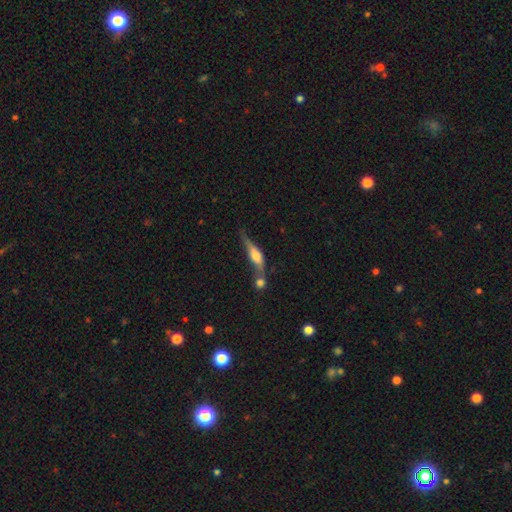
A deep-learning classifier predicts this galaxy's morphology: Smooth or featured? Predicted: featured or disk (p=0.59). Edge-on disk? Predicted: yes (p=0.83). Merging? Predicted: merger (p=0.38).